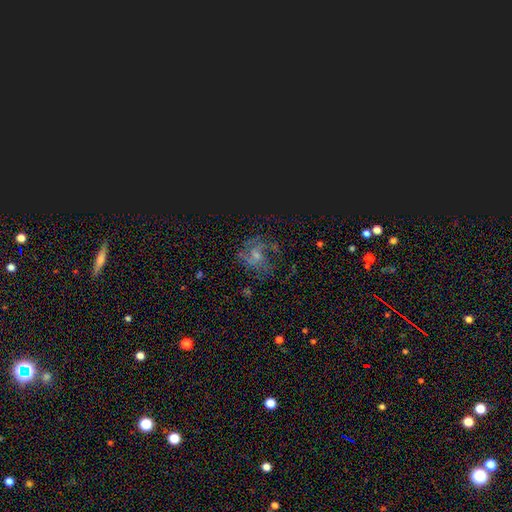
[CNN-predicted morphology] A featured or disk galaxy (49%).

Vote fractions:
- Smooth or featured? featured or disk: 49% / star or artifact: 26% / smooth: 25%
- Merging? none: 54% / major disturbance: 24% / minor disturbance: 19% / merger: 3%